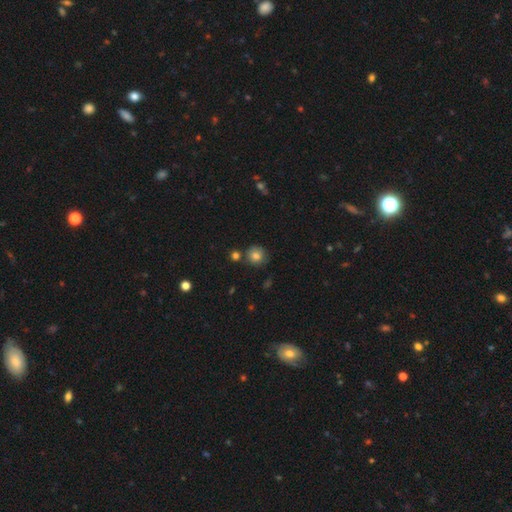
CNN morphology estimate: smooth_or_featured: smooth (p=0.81) [alt: star or artifact p=0.11]
how_rounded: round (p=0.91) [alt: in between p=0.08]
merging: none (p=0.78) [alt: minor disturbance p=0.11]